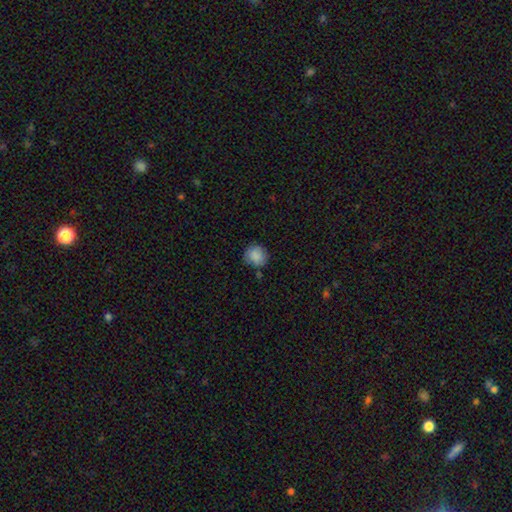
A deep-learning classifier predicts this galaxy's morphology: smooth-or-featured: smooth: 87% | star or artifact: 8% | featured or disk: 5%
  how-rounded: round: 86% | in between: 13% | cigar-shaped: 1%
  merging: none: 74% | minor disturbance: 18% | merger: 4% | major disturbance: 4%